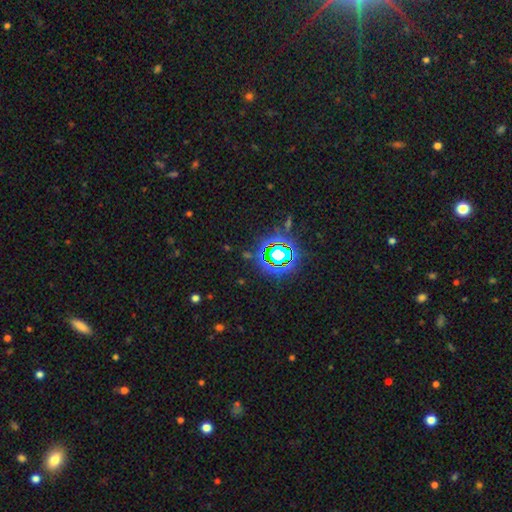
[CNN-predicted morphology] This is likely a star or artifact rather than a galaxy (79%).